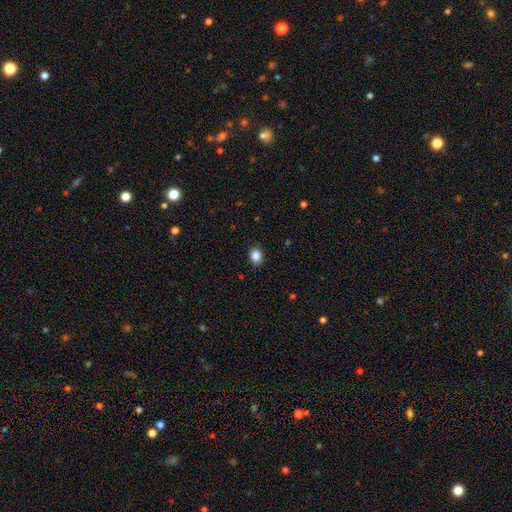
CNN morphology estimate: A smooth galaxy with no disk features (86%) that is round (51%). Merging: none (89%).